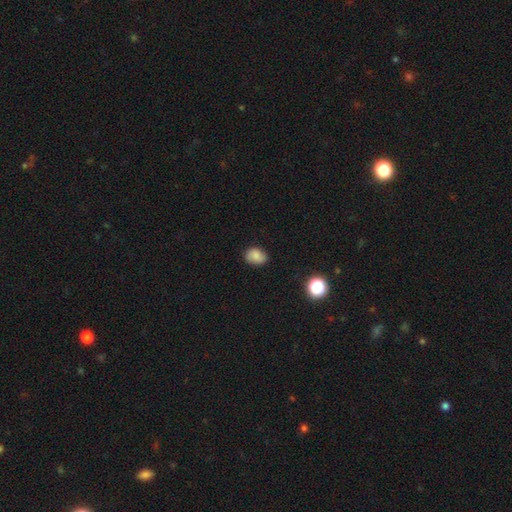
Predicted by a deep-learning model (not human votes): Overall: smooth (80%). How rounded: in between (62%; round 37%). Merging: none (80%).